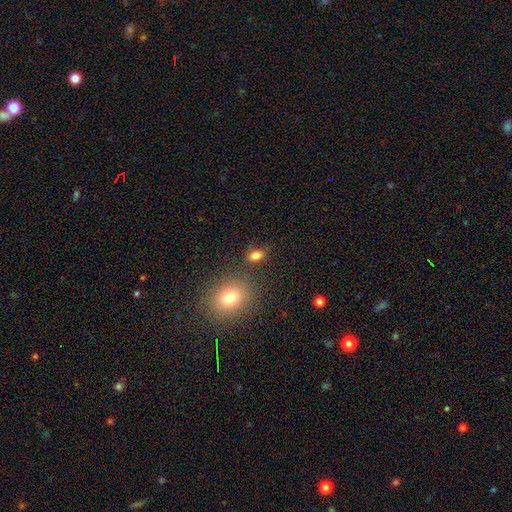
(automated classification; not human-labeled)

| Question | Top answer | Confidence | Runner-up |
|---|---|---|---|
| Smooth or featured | smooth | 81% | star or artifact (12%) |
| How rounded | in between | 79% | round (19%) |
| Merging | none | 77% | minor disturbance (12%) |